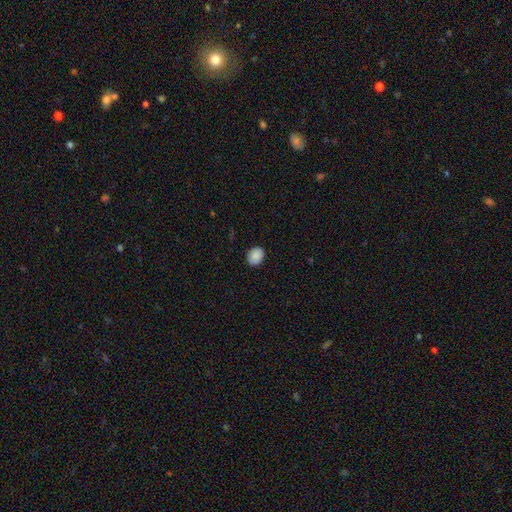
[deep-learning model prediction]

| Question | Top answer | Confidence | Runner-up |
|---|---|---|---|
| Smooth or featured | smooth | 89% | star or artifact (8%) |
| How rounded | in between | 51% | round (48%) |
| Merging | none | 88% | minor disturbance (9%) |